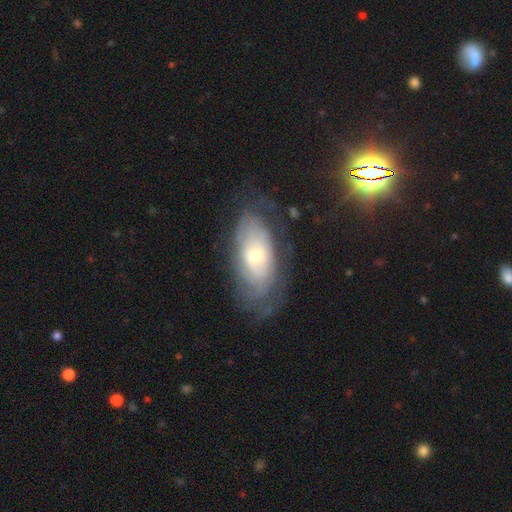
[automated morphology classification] smooth_or_featured: featured or disk (p=0.67) [alt: smooth p=0.26]
disk_edge_on: no (p=0.91) [alt: yes p=0.09]
bar: no (p=0.72) [alt: weak p=0.23]
has_spiral_arms: yes (p=0.78) [alt: no p=0.22]
bulge_size: moderate (p=0.47) [alt: small p=0.45]
merging: none (p=0.65) [alt: minor disturbance p=0.21]